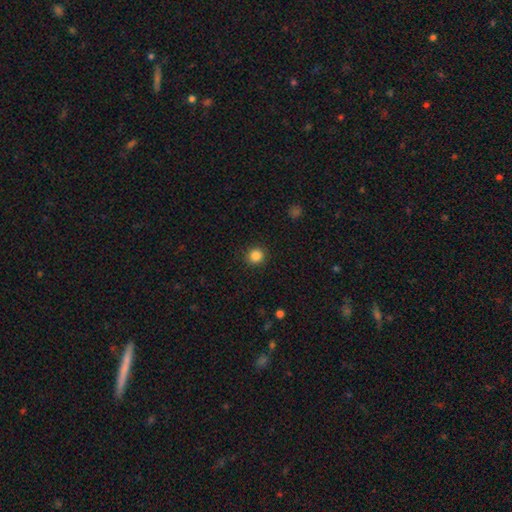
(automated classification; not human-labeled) Smooth or featured?
  - smooth: 86% *
  - star or artifact: 11%
  - featured or disk: 3%
How rounded?
  - round: 92% *
  - in between: 8%
  - cigar-shaped: 1%
Merging?
  - none: 91% *
  - minor disturbance: 5%
  - major disturbance: 2%
  - merger: 1%